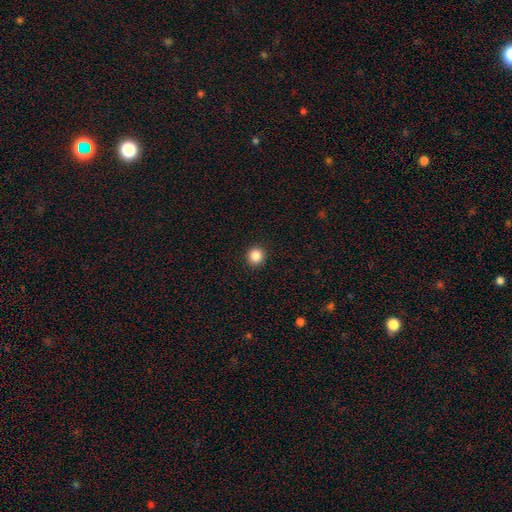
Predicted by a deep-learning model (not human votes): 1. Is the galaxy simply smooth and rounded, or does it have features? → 87% smooth, 10% star or artifact, 3% featured or disk.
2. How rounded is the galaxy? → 93% round, 6% in between, 1% cigar-shaped.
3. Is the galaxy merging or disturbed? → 93% none, 5% minor disturbance, 2% major disturbance, 1% merger.